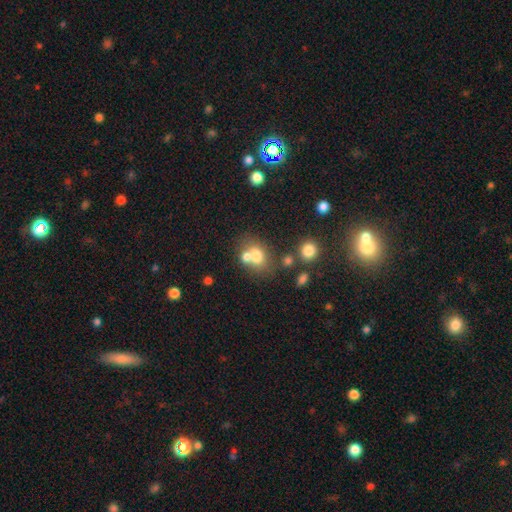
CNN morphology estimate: A smooth galaxy with no disk features (71%) that is in between round and cigar-shaped (50%).

Vote fractions:
- Smooth or featured? smooth: 71% / featured or disk: 17% / star or artifact: 12%
- How rounded? in between: 50% / round: 49% / cigar-shaped: 1%
- Merging? merger: 44% / none: 41% / minor disturbance: 10% / major disturbance: 5%